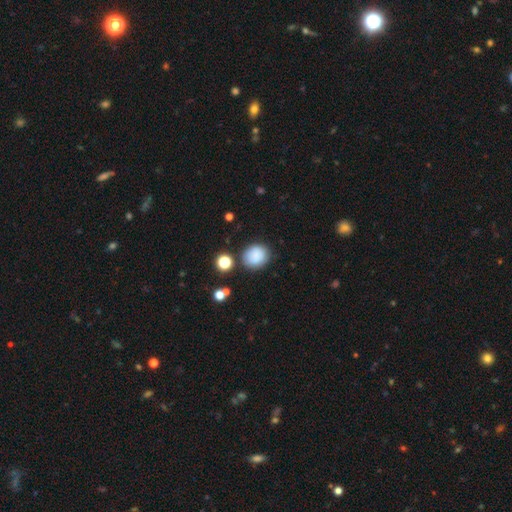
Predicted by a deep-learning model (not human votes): Morphology: type=smooth (85%); roundness=round (69%); merging=none (79%).